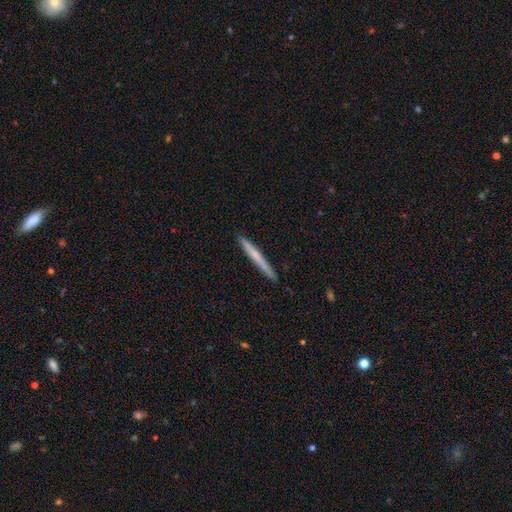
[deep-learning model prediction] A smooth galaxy with no disk features (53%) that is cigar-shaped (97%). Merging: none (92%).